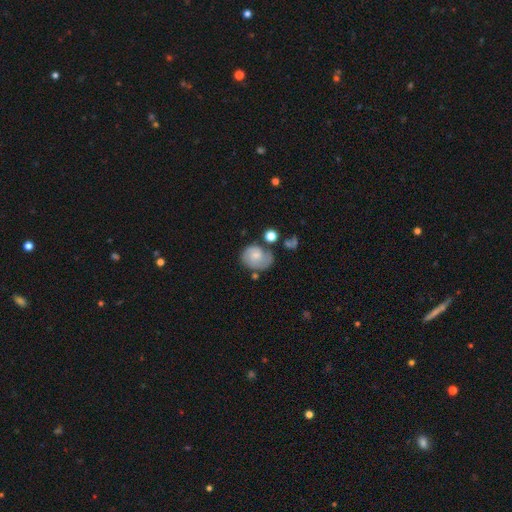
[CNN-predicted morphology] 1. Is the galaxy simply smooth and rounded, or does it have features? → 47% smooth, 45% featured or disk, 8% star or artifact.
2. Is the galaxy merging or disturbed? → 48% none, 27% minor disturbance, 14% major disturbance, 12% merger.